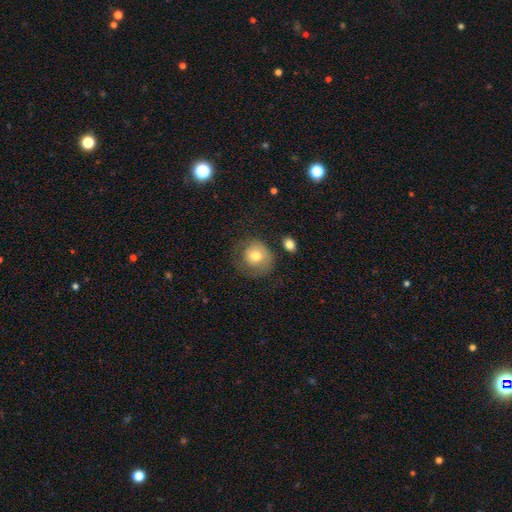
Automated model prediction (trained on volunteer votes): Smooth or featured? Predicted: smooth (p=0.70). How rounded? Predicted: round (p=0.83). Merging? Predicted: none (p=0.54).